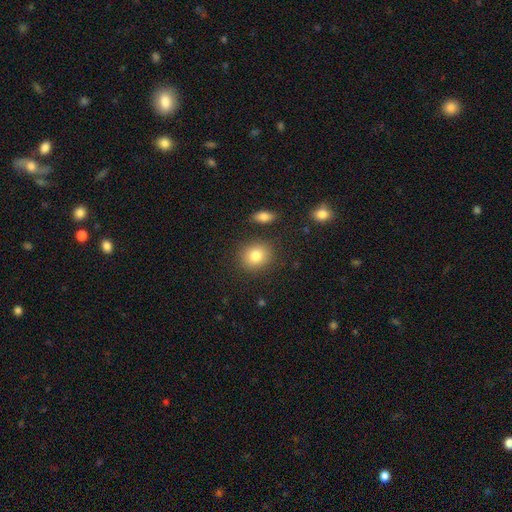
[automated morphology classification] Smooth or featured? smooth (82%)
How rounded? round (71%)
Merging? none (84%)